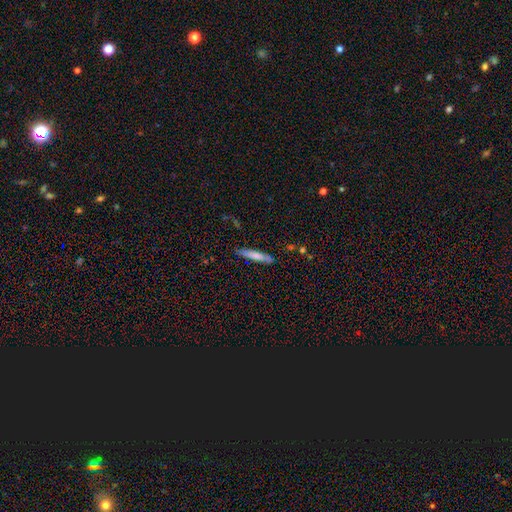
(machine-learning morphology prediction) Overall: smooth (72%). How rounded: cigar-shaped (90%). Merging: none (82%).